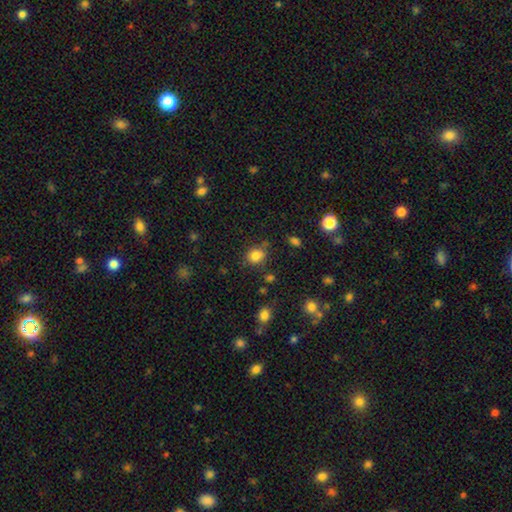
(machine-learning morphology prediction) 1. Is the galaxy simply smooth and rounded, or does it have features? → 82% smooth, 12% star or artifact, 6% featured or disk.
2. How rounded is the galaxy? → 70% round, 29% in between, 1% cigar-shaped.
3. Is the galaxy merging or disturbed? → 69% none, 17% minor disturbance, 9% merger, 5% major disturbance.